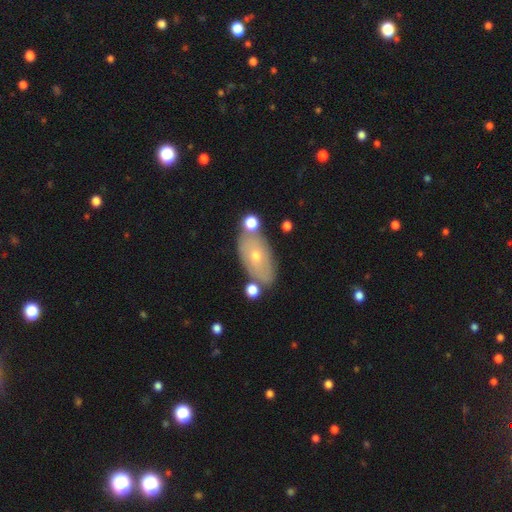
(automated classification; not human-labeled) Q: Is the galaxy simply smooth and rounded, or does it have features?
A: featured or disk — 47%.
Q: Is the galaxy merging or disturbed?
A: none — 68%.